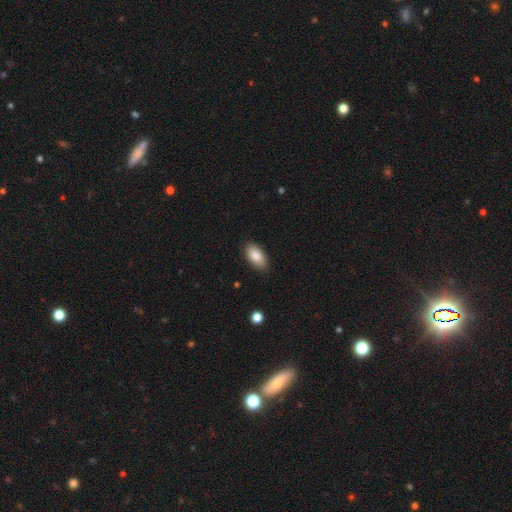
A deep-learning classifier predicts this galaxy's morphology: Overall: smooth (85%). How rounded: in between (94%). Merging: none (85%).